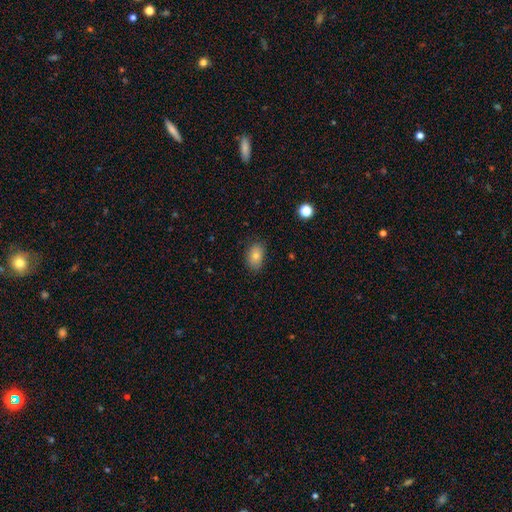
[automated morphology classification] Smooth or featured?
  - smooth: 81% *
  - featured or disk: 10%
  - star or artifact: 9%
How rounded?
  - in between: 84% *
  - round: 15%
  - cigar-shaped: 1%
Merging?
  - none: 82% *
  - minor disturbance: 14%
  - major disturbance: 3%
  - merger: 1%